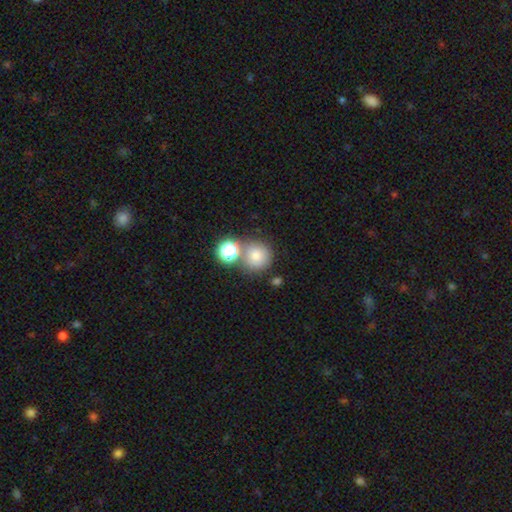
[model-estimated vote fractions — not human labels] Smooth or featured: smooth — 74% (star or artifact — 16%)
How rounded: round — 90% (in between — 9%)
Merging: none — 62% (merger — 25%)